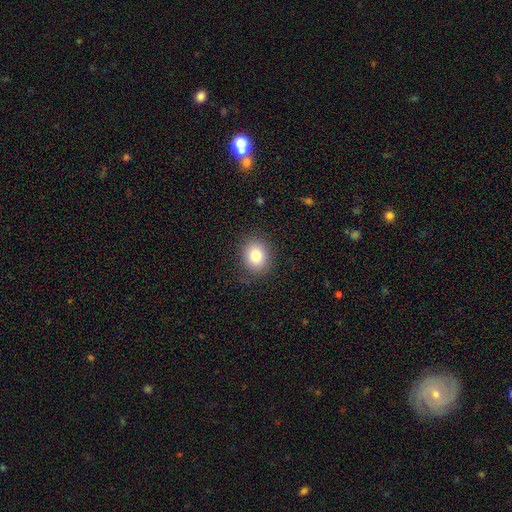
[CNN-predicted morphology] A smooth galaxy with no disk features (81%) that is round (69%).

Vote fractions:
- Smooth or featured? smooth: 81% / star or artifact: 10% / featured or disk: 9%
- How rounded? round: 69% / in between: 30% / cigar-shaped: 1%
- Merging? none: 87% / minor disturbance: 9% / major disturbance: 3% / merger: 1%